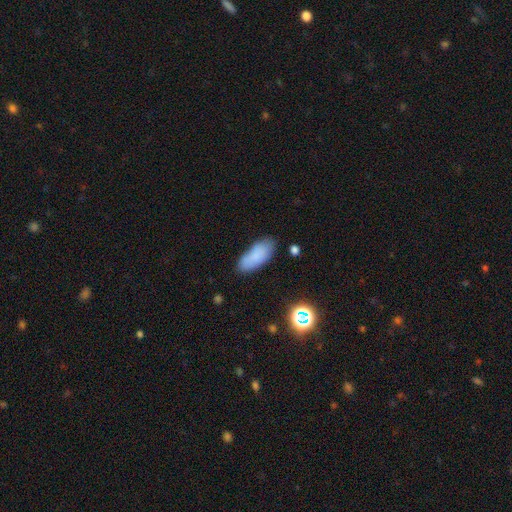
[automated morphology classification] Smooth or featured: smooth — 81% (featured or disk — 10%)
How rounded: in between — 84% (cigar-shaped — 14%)
Merging: none — 75% (minor disturbance — 18%)